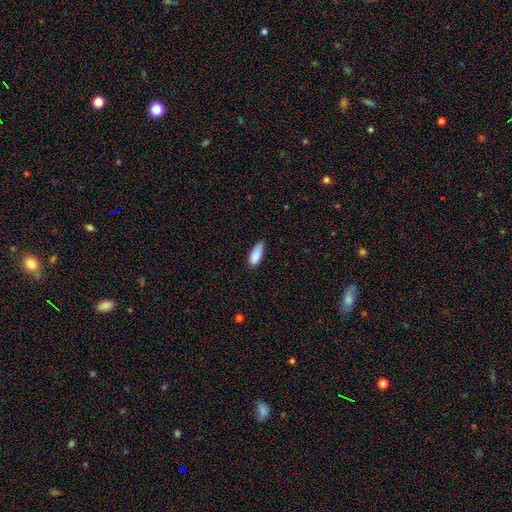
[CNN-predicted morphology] smooth-or-featured: smooth: 88% | star or artifact: 7% | featured or disk: 5%
  how-rounded: in between: 79% | cigar-shaped: 19% | round: 2%
  merging: none: 72% | minor disturbance: 24% | major disturbance: 3% | merger: 1%